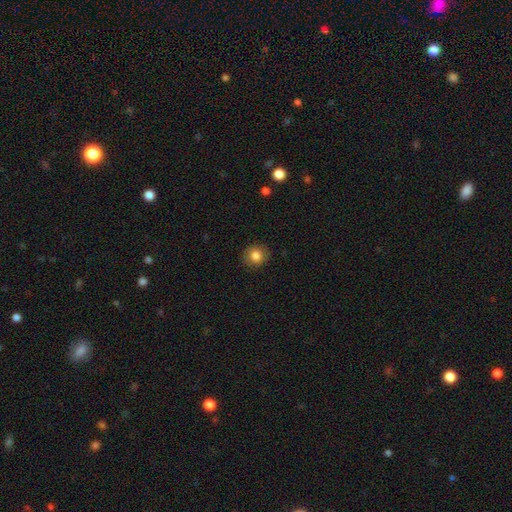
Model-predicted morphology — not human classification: This is clearly a smooth galaxy (83%). How rounded: clearly round (83%). Merging: clearly none (88%).